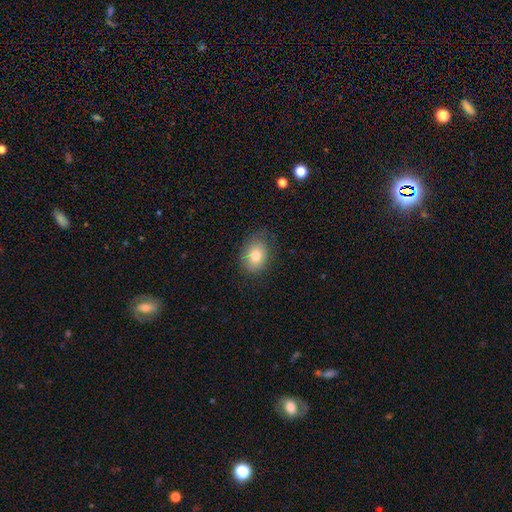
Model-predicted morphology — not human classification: smooth_or_featured: smooth (p=0.76) [alt: featured or disk p=0.15]
how_rounded: in between (p=0.70) [alt: round p=0.29]
merging: none (p=0.69) [alt: minor disturbance p=0.22]